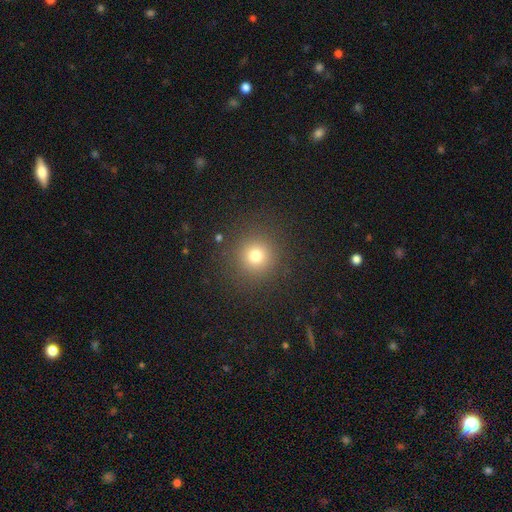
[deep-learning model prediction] Smooth or featured? smooth (75%)
How rounded? round (94%)
Merging? none (88%)